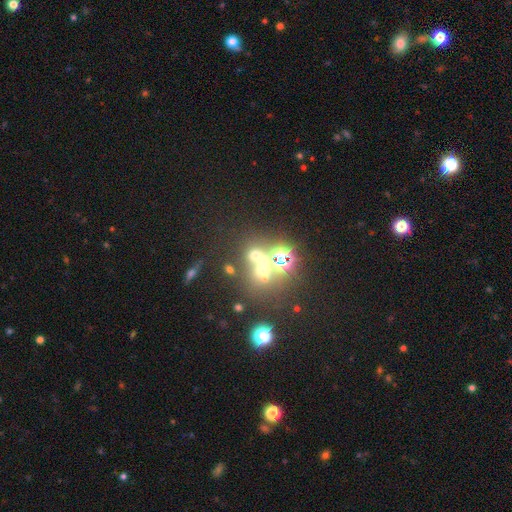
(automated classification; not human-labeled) Morphology: type=smooth (41%); merging=none (51%).